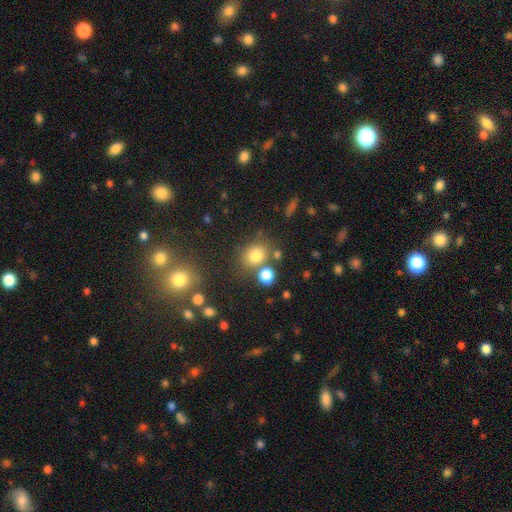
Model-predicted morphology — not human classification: Smooth or featured? Predicted: smooth (p=0.76). How rounded? Predicted: round (p=0.64). Merging? Predicted: none (p=0.67).